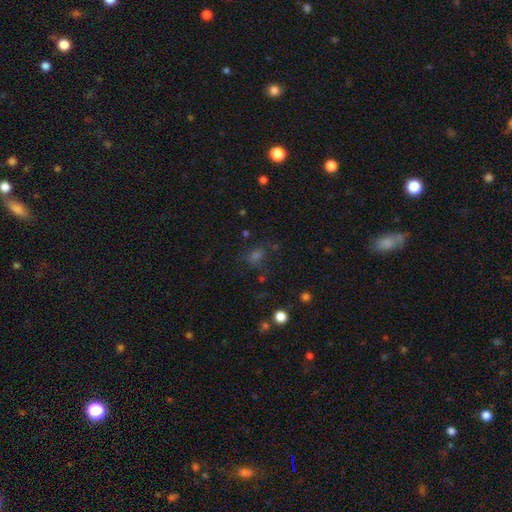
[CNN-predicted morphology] smooth 48%, star or artifact 40%, featured or disk 12%. Down the decision tree: merging — none (67%).